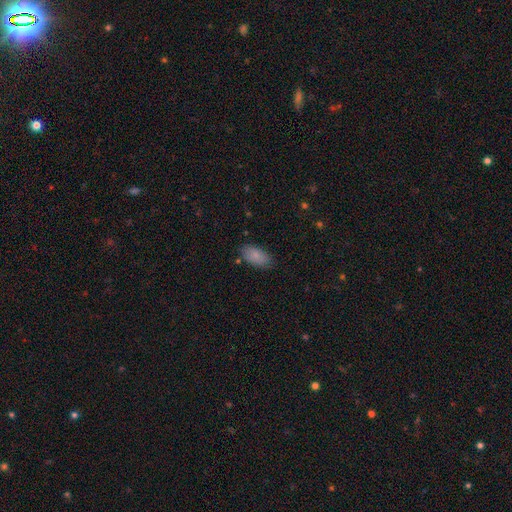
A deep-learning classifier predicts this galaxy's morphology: smooth-or-featured: smooth: 84% | featured or disk: 9% | star or artifact: 7%
  how-rounded: in between: 93% | cigar-shaped: 4% | round: 3%
  merging: none: 80% | minor disturbance: 15% | major disturbance: 3% | merger: 2%